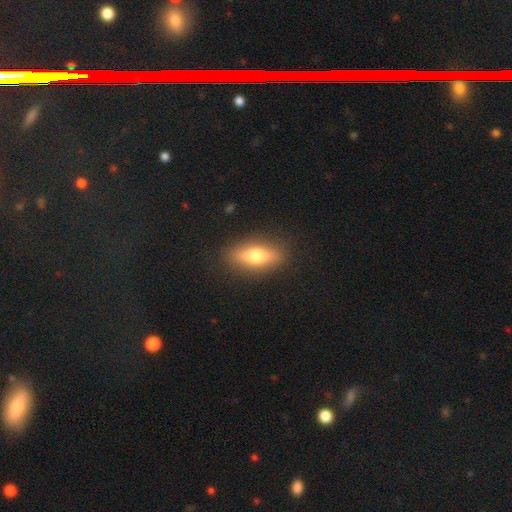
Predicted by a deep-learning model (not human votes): This appears to be a smooth galaxy with no disk features (64%) that is in between round and cigar-shaped (61%). Merging: none (87%).